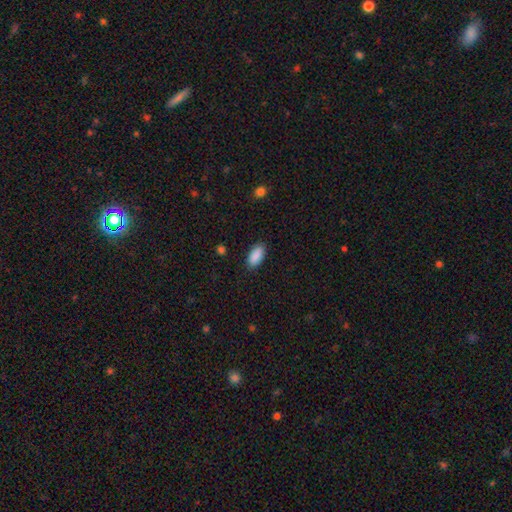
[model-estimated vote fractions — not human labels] Smooth or featured? Predicted: smooth (p=0.90). How rounded? Predicted: in between (p=0.93). Merging? Predicted: none (p=0.88).